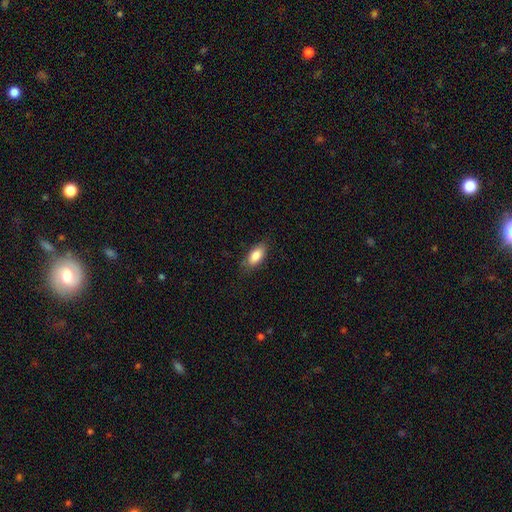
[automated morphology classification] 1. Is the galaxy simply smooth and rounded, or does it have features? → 84% smooth, 10% featured or disk, 7% star or artifact.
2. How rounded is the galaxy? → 87% in between, 9% cigar-shaped, 3% round.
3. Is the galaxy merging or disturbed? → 78% none, 17% minor disturbance, 4% major disturbance, 1% merger.